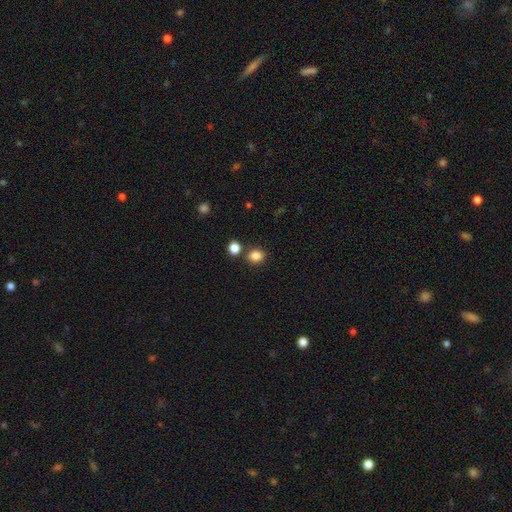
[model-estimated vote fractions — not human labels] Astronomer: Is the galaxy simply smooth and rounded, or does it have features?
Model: smooth — 84%.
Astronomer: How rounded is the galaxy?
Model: round — 63%.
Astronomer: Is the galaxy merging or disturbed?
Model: none — 80%.